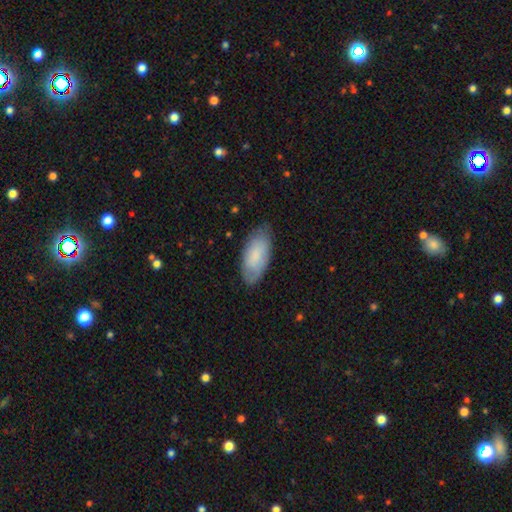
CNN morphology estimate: smooth_or_featured: smooth (p=0.75) [alt: featured or disk p=0.19]
how_rounded: in between (p=0.91) [alt: cigar-shaped p=0.07]
merging: none (p=0.76) [alt: minor disturbance p=0.19]